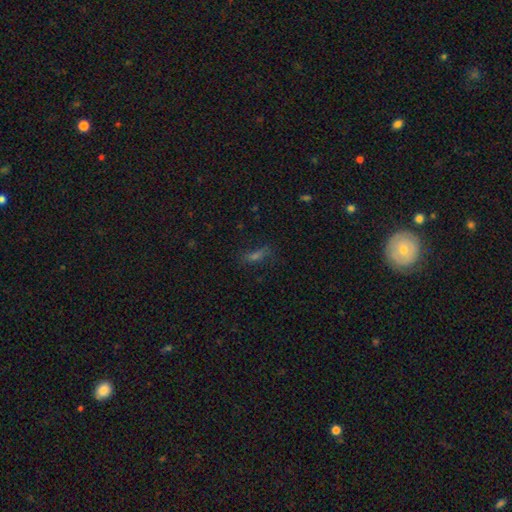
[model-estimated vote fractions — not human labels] A smooth galaxy with no disk features (44%).

Vote fractions:
- Smooth or featured? smooth: 44% / star or artifact: 32% / featured or disk: 23%
- Merging? none: 68% / minor disturbance: 19% / major disturbance: 10% / merger: 3%